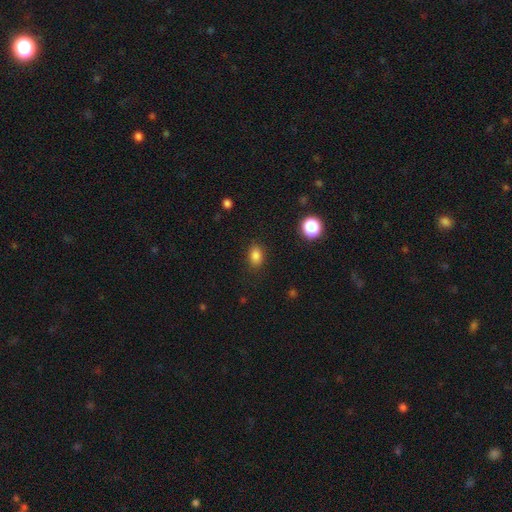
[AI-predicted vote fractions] Smooth or featured? smooth (84%)
How rounded? in between (75%)
Merging? none (85%)